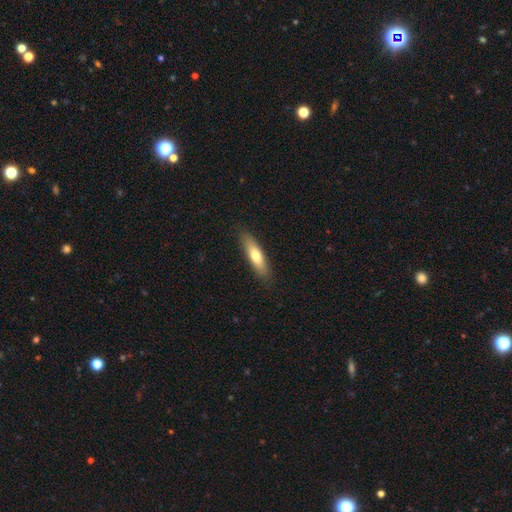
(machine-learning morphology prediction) smooth 69%, featured or disk 26%, star or artifact 6%. Down the decision tree: how rounded — cigar-shaped (66%); merging — none (87%).